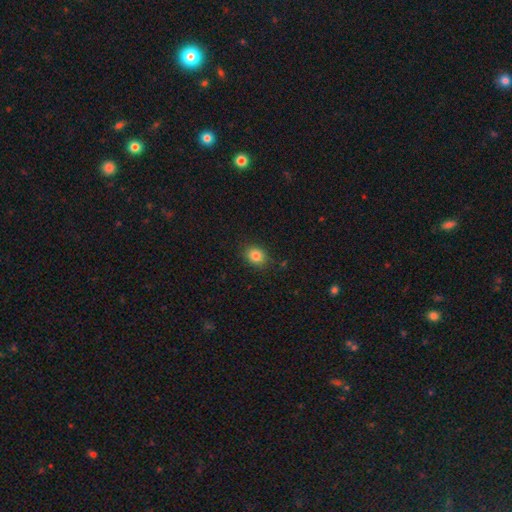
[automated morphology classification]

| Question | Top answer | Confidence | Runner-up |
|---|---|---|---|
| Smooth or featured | smooth | 83% | star or artifact (11%) |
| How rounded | round | 55% | in between (44%) |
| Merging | none | 85% | minor disturbance (11%) |